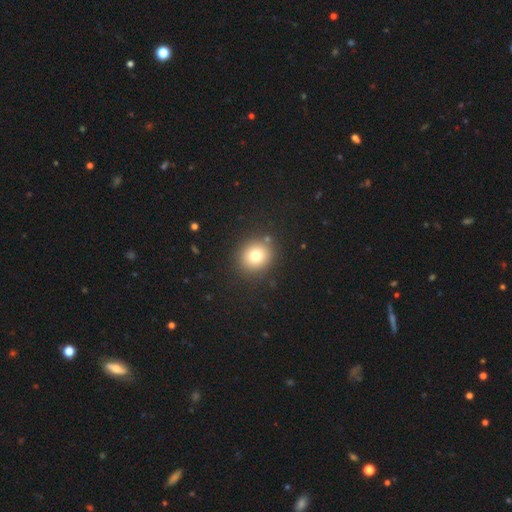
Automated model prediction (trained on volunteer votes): smooth 78%, star or artifact 13%, featured or disk 10%. Down the decision tree: how rounded — round (81%); merging — none (87%).